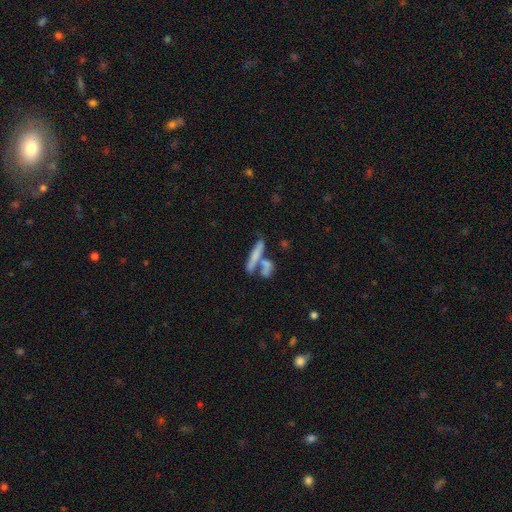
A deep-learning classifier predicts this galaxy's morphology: Smooth or featured? Predicted: smooth (p=0.63). How rounded? Predicted: cigar-shaped (p=0.77). Merging? Predicted: none (p=0.45).